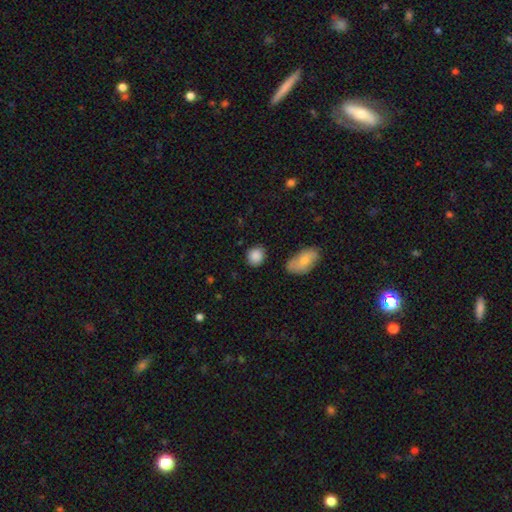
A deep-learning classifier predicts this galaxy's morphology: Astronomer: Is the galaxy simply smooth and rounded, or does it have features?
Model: smooth — 88%.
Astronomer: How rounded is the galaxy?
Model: round — 72%.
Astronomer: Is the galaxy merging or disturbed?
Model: none — 82%.